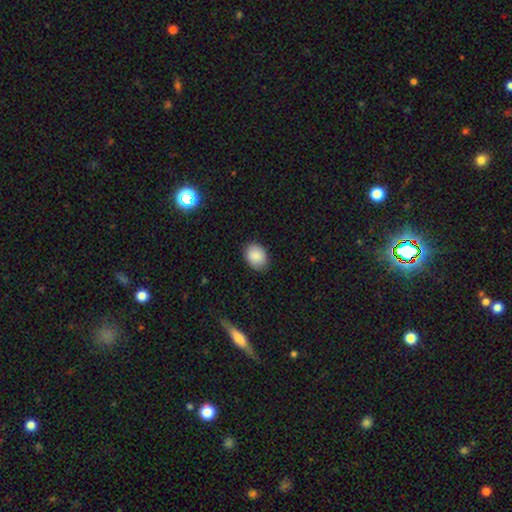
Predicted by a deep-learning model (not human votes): A smooth galaxy with no disk features (89%) that is in between round and cigar-shaped (67%). Merging: none (87%).